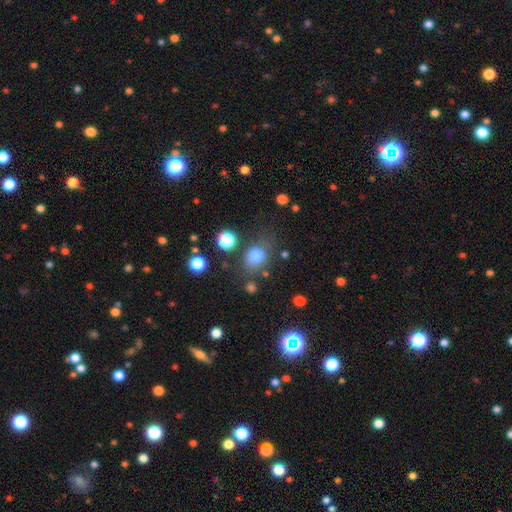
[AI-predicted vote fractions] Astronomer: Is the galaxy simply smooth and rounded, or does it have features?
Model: smooth — 79%.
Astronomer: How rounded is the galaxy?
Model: in between — 52% (runner-up: round, 47%).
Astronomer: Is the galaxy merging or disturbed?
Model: none — 65%.